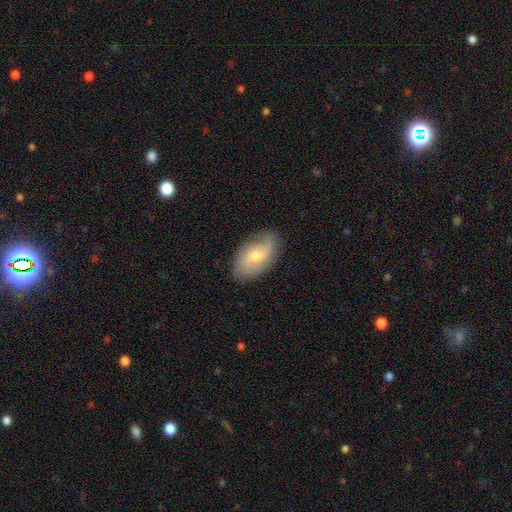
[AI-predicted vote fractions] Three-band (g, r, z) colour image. It shows a featured or disk galaxy (62%) with no bar (55%), 2 (63%) medium (41%) spiral arms (87%) and a moderate central bulge (57%). Merging: none (78%).